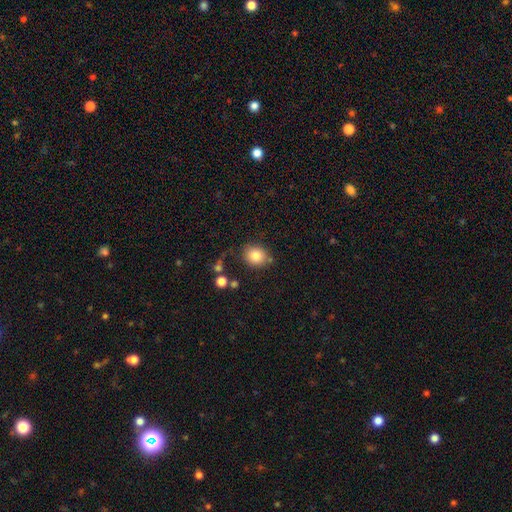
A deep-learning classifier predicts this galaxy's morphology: Smooth or featured? smooth (82%)
How rounded? round (69%)
Merging? none (75%)